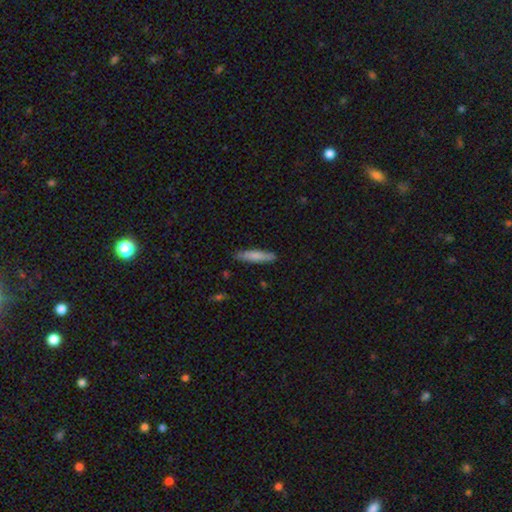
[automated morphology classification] smooth 77%, featured or disk 17%, star or artifact 6%. Down the decision tree: how rounded — cigar-shaped (84%); merging — none (86%).